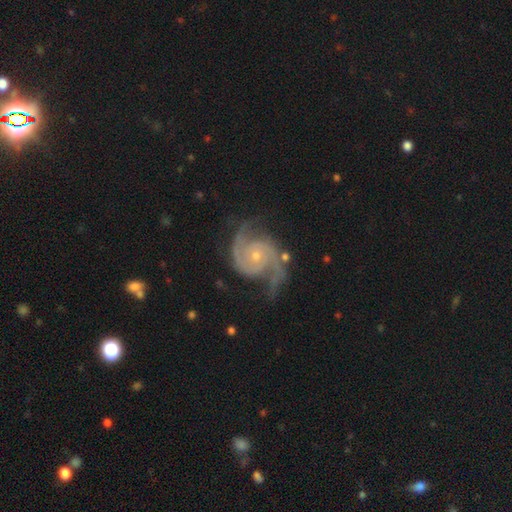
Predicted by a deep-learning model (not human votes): Morphology: type=featured or disk (92%); edge-on=no (98%); bar=no (73%); spiral arms=yes (98%); winding=medium (54%); arm count=2 (85%); bulge=small (70%); merging=none (71%).